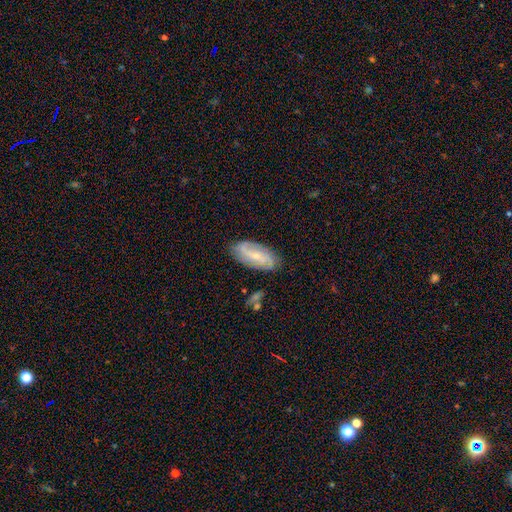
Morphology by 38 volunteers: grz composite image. It shows a featured or disk galaxy (74%) with no bar (42%), 2 (76%) medium (48%, tied with loose) spiral arms (96%) and a small central bulge (85%). Merging: none (84%).